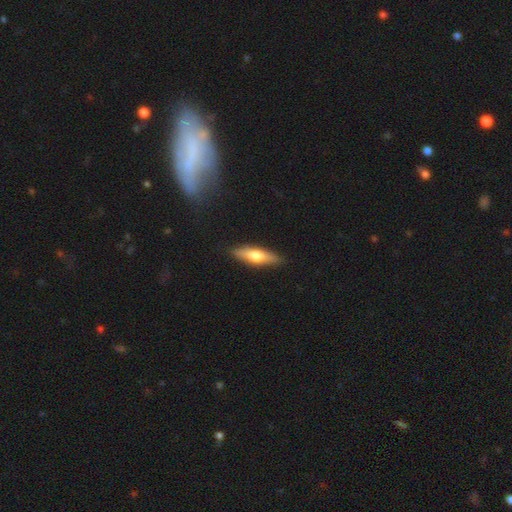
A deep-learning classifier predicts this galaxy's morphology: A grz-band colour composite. It shows a smooth galaxy with no disk features (54%) that is cigar-shaped (62%). Merging: none (88%).